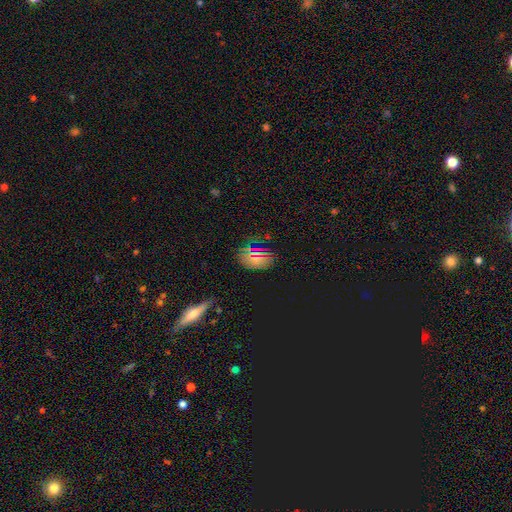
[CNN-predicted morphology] smooth 60%, star or artifact 28%, featured or disk 12%. Down the decision tree: how rounded — in between (76%); merging — none (81%).